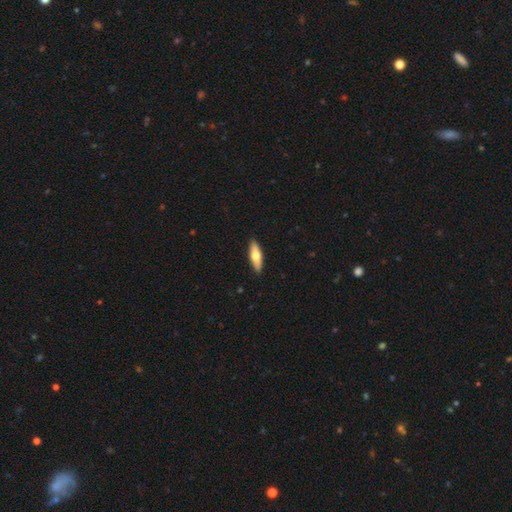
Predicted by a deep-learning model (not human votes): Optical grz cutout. It shows a smooth galaxy with no disk features (58%) that is cigar-shaped (53%). Merging: none (90%).